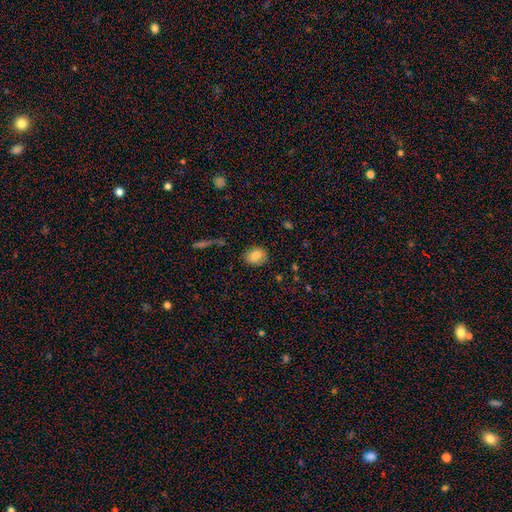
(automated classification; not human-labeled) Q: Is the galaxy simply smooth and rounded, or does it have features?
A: smooth — 83%.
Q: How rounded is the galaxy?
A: in between — 52%.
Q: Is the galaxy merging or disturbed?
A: none — 84%.